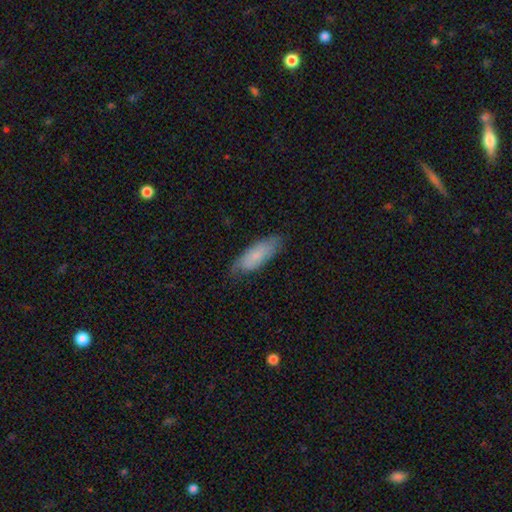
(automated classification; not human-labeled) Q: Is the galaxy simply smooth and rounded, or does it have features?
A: smooth — 74%.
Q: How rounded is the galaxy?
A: in between — 67%.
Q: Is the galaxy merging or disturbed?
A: none — 72%.